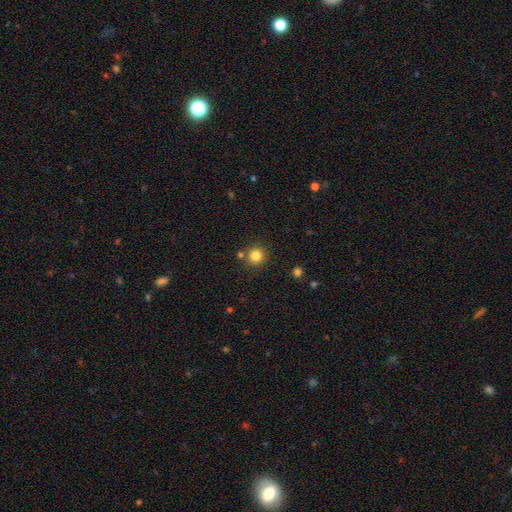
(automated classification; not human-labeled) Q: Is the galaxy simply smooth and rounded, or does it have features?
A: smooth — 83%.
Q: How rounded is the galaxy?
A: round — 94%.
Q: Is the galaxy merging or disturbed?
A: none — 83%.